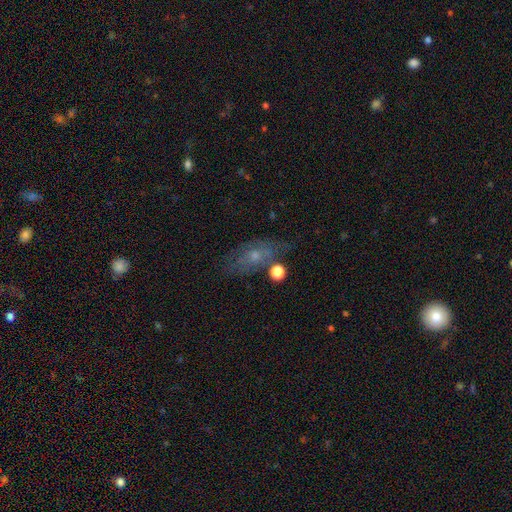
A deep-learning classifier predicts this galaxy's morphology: smooth_or_featured: smooth (p=0.43) [alt: featured or disk p=0.42]
merging: none (p=0.60) [alt: minor disturbance p=0.21]